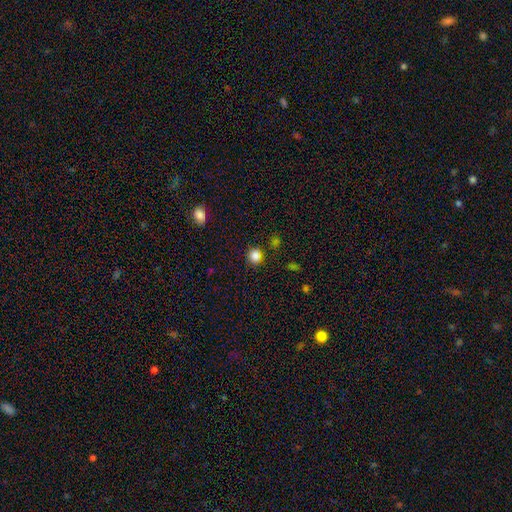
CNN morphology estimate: A smooth galaxy with no disk features (83%) that is round (83%).

Vote fractions:
- Smooth or featured? smooth: 83% / star or artifact: 13% / featured or disk: 3%
- How rounded? round: 83% / in between: 16% / cigar-shaped: 1%
- Merging? none: 85% / minor disturbance: 9% / merger: 3% / major disturbance: 3%